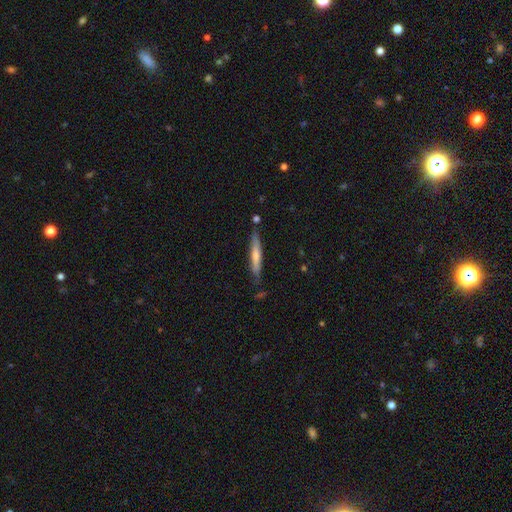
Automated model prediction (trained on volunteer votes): Morphology: type=featured or disk (54%); edge-on=yes (94%); edge-on bulge=rounded (55%); merging=none (82%).